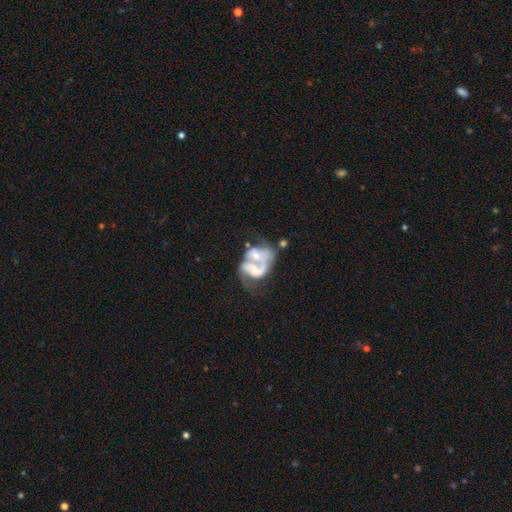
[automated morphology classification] Smooth or featured? Predicted: featured or disk (p=0.75). Edge-on disk? Predicted: no (p=0.98). Bar? Predicted: no (p=0.57). Spiral arms? Predicted: yes (p=0.71). Spiral winding? Predicted: loose (p=0.43). Spiral arm count? Predicted: 2 (p=0.63). Bulge size? Predicted: moderate (p=0.41). Merging? Predicted: merger (p=0.56).